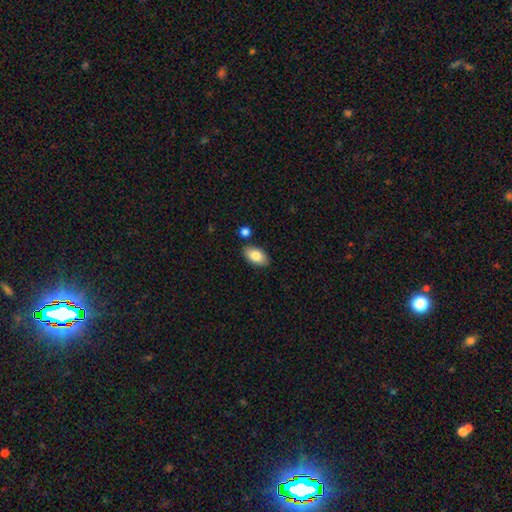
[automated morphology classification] Smooth or featured? smooth (82%)
How rounded? in between (93%)
Merging? none (82%)